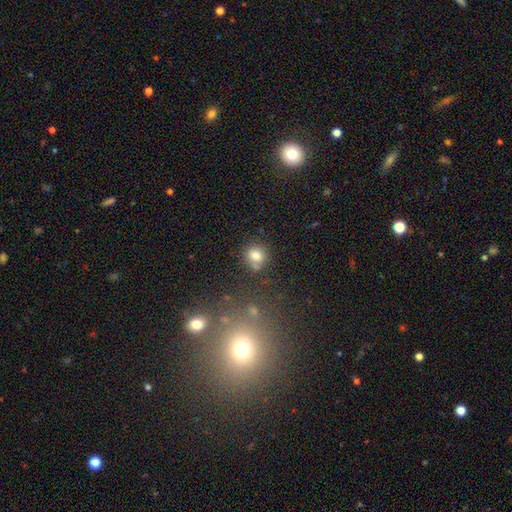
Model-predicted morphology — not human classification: smooth-or-featured: smooth: 79% | star or artifact: 13% | featured or disk: 9%
  how-rounded: round: 81% | in between: 18% | cigar-shaped: 1%
  merging: none: 69% | minor disturbance: 14% | merger: 13% | major disturbance: 4%